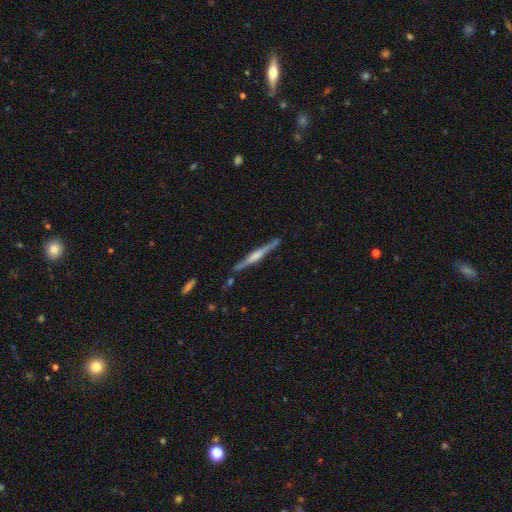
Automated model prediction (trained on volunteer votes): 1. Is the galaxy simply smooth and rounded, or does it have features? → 80% featured or disk, 14% smooth, 5% star or artifact.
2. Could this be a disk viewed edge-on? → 98% yes, 2% no.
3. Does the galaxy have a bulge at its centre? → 63% rounded, 28% boxy, 9% none.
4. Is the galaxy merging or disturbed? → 87% none, 9% minor disturbance, 2% merger, 2% major disturbance.